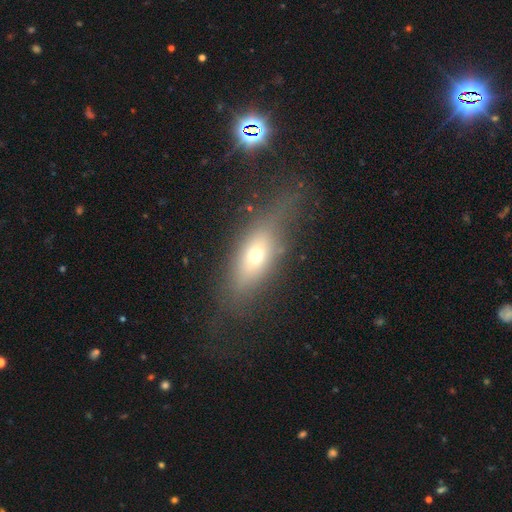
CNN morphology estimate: smooth-or-featured: smooth: 56% | featured or disk: 31% | star or artifact: 13%
  how-rounded: in between: 65% | cigar-shaped: 26% | round: 9%
  merging: none: 56% | minor disturbance: 22% | major disturbance: 19% | merger: 3%